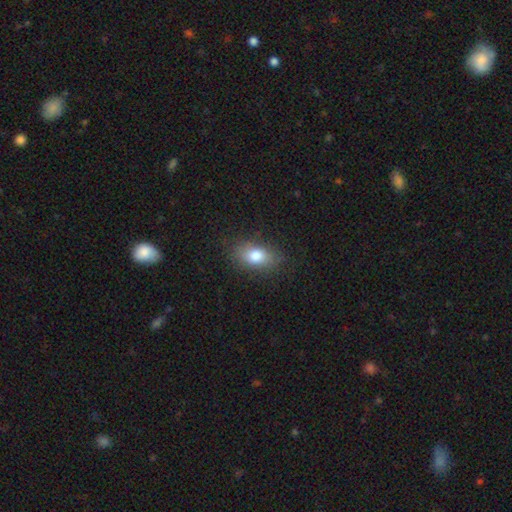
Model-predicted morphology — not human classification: Smooth or featured? smooth (81%)
How rounded? in between (84%)
Merging? none (79%)